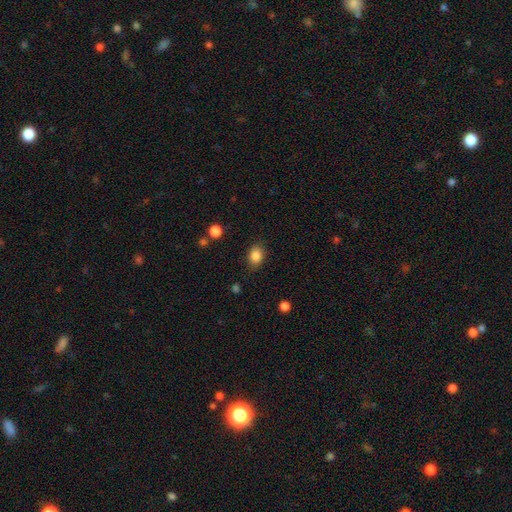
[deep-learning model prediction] Q: Smooth or featured?
A: smooth (86%); runner-up: star or artifact (9%)
Q: How rounded?
A: in between (63%); runner-up: round (36%)
Q: Merging?
A: none (83%); runner-up: minor disturbance (13%)